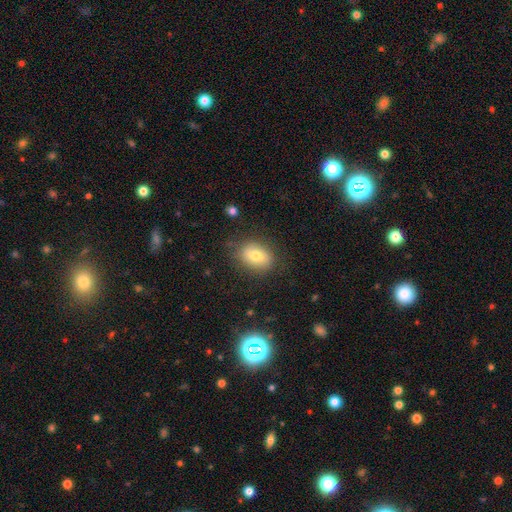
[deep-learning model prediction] This is likely a smooth galaxy (74%). How rounded: likely in between (69%). Merging: clearly none (81%).